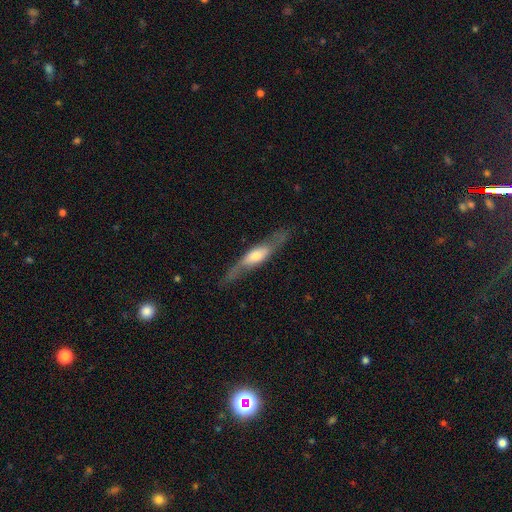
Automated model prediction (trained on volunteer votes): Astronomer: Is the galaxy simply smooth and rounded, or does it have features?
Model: featured or disk — 64%.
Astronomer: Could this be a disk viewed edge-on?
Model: yes — 70%.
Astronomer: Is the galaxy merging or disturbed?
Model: none — 76%.